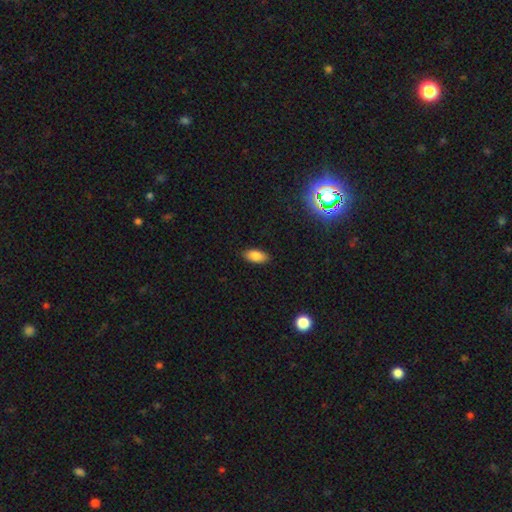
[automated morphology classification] A smooth galaxy with no disk features (85%) that is in between round and cigar-shaped (92%).

Vote fractions:
- Smooth or featured? smooth: 85% / star or artifact: 9% / featured or disk: 6%
- How rounded? in between: 92% / cigar-shaped: 5% / round: 3%
- Merging? none: 87% / minor disturbance: 9% / major disturbance: 2% / merger: 1%